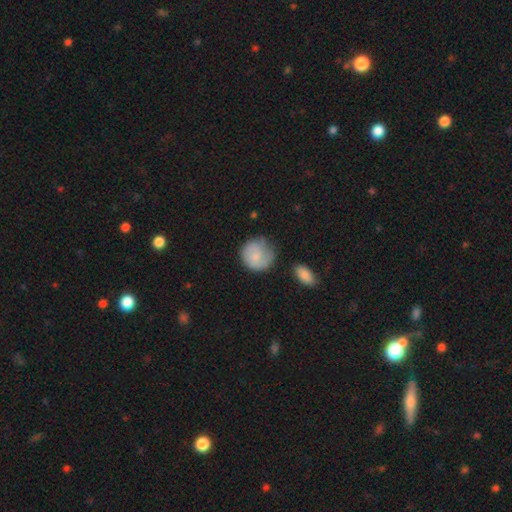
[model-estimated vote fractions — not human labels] A smooth galaxy with no disk features (66%) that is round (87%). Merging: none (59%).